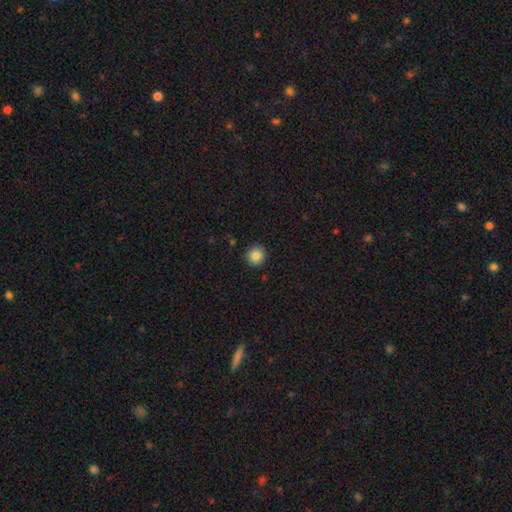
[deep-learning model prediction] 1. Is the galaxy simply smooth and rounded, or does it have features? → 86% smooth, 9% star or artifact, 5% featured or disk.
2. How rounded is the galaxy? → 92% round, 7% in between, 1% cigar-shaped.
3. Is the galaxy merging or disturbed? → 92% none, 6% minor disturbance, 2% major disturbance, 1% merger.